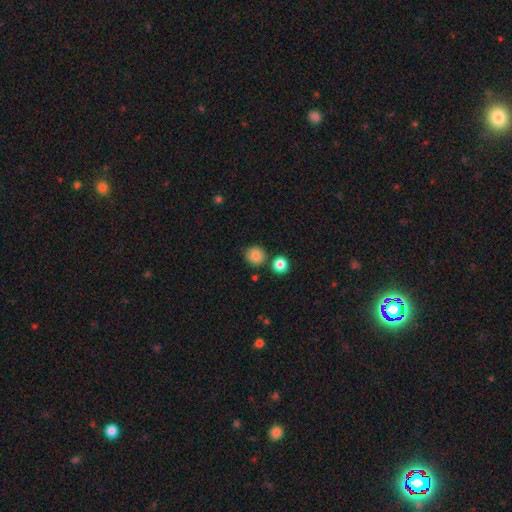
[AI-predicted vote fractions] Morphology: type=smooth (84%); roundness=round (88%); merging=none (80%).